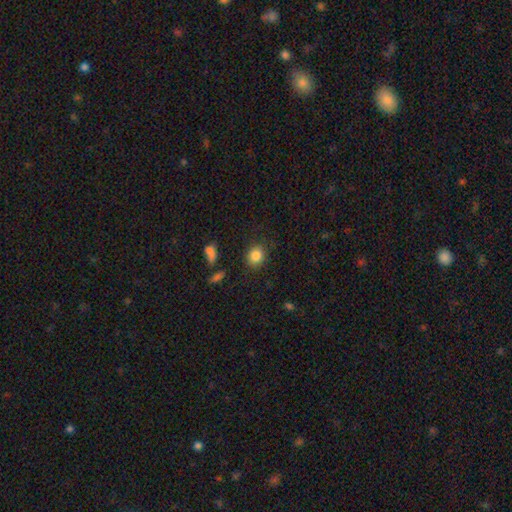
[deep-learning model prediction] The model was most divided on "how rounded": round: 72%, in between: 26%, cigar-shaped: 1%. More confident: smooth or featured — smooth (85%); merging — none (83%).